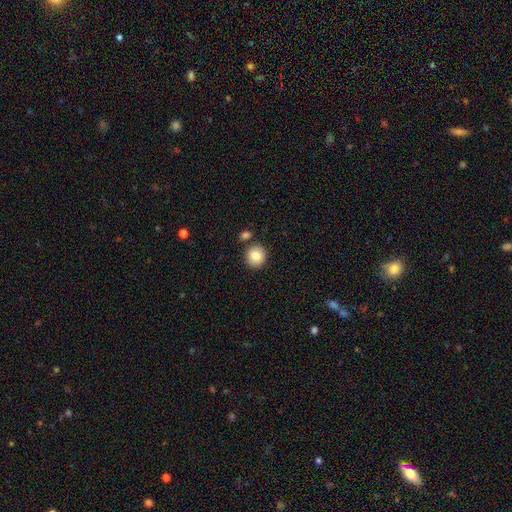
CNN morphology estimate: smooth 83%, star or artifact 9%, featured or disk 8%. Down the decision tree: how rounded — round (89%); merging — none (81%).